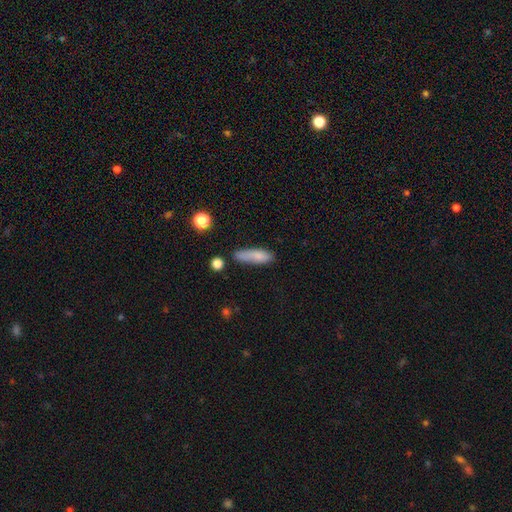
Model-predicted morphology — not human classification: Smooth or featured?
  - smooth: 80% *
  - featured or disk: 12%
  - star or artifact: 8%
How rounded?
  - cigar-shaped: 58% *
  - in between: 39%
  - round: 3%
Merging?
  - none: 58% *
  - minor disturbance: 27%
  - major disturbance: 8%
  - merger: 7%